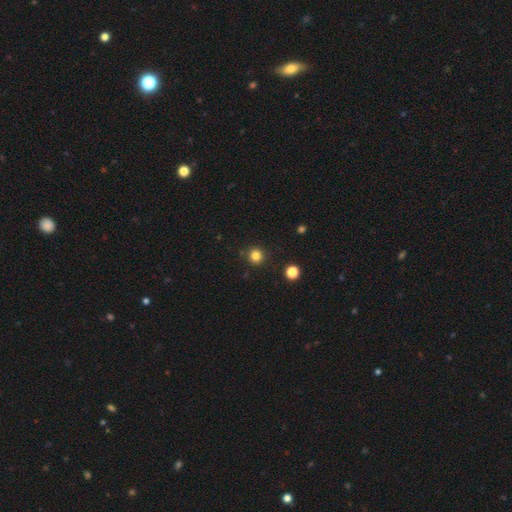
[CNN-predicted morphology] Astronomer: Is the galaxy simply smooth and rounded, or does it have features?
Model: smooth — 82%.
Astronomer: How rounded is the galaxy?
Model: round — 95%.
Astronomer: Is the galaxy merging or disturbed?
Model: none — 91%.